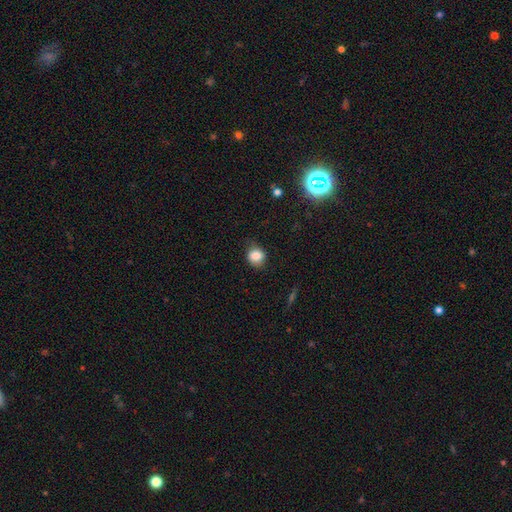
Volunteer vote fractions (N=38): This is clearly a smooth galaxy (87%). How rounded: likely round (79%). Merging: likely none (63%).